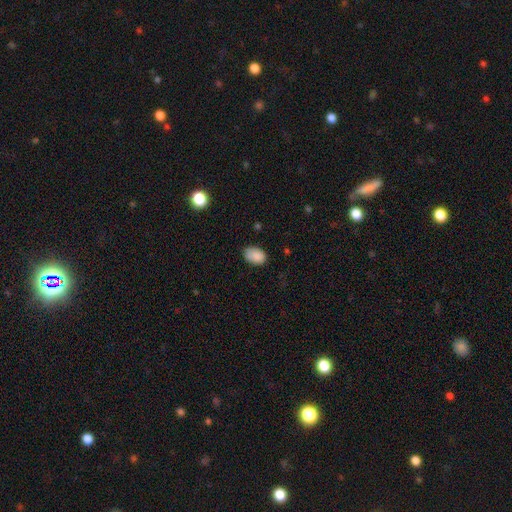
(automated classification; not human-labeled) A smooth galaxy with no disk features (87%) that is in between round and cigar-shaped (86%).

Vote fractions:
- Smooth or featured? smooth: 87% / star or artifact: 8% / featured or disk: 5%
- How rounded? in between: 86% / round: 13% / cigar-shaped: 1%
- Merging? none: 70% / minor disturbance: 25% / major disturbance: 4% / merger: 1%